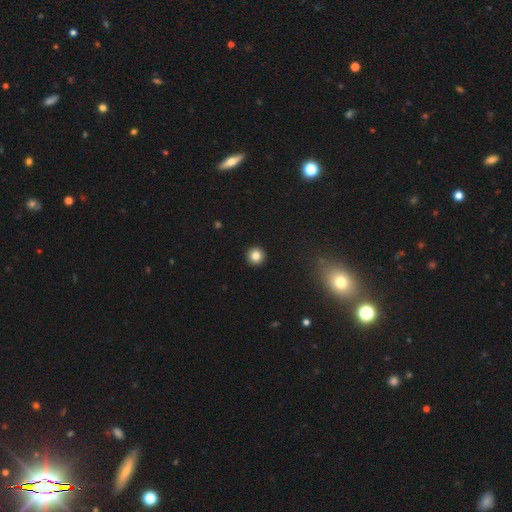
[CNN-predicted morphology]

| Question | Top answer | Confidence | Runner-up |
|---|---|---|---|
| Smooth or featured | smooth | 83% | star or artifact (11%) |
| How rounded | round | 96% | in between (3%) |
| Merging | none | 94% | minor disturbance (4%) |